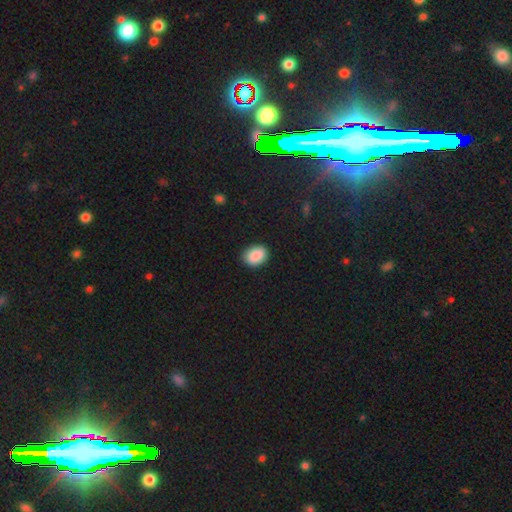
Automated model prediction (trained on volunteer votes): Morphology: type=smooth (89%); roundness=in between (68%); merging=none (87%).